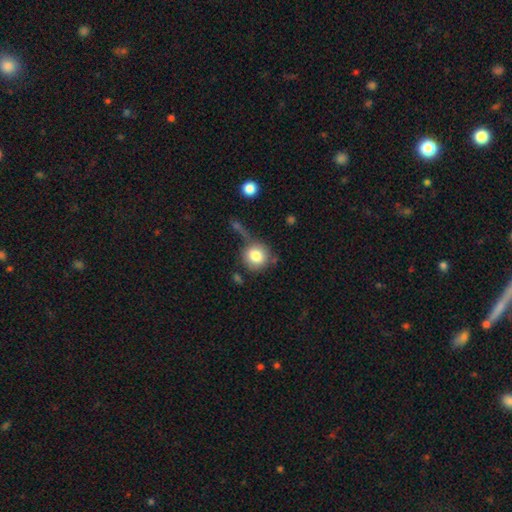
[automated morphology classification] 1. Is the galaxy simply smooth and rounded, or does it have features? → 80% smooth, 11% featured or disk, 9% star or artifact.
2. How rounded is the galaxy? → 90% round, 9% in between, 1% cigar-shaped.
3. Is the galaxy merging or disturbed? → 58% none, 18% minor disturbance, 12% major disturbance, 12% merger.